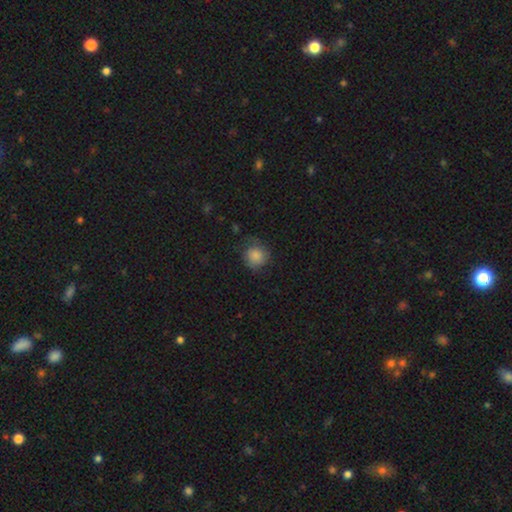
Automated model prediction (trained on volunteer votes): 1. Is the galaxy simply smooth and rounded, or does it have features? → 83% smooth, 9% featured or disk, 9% star or artifact.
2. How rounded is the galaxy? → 88% round, 11% in between, 1% cigar-shaped.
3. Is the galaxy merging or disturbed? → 65% none, 23% minor disturbance, 10% major disturbance, 1% merger.